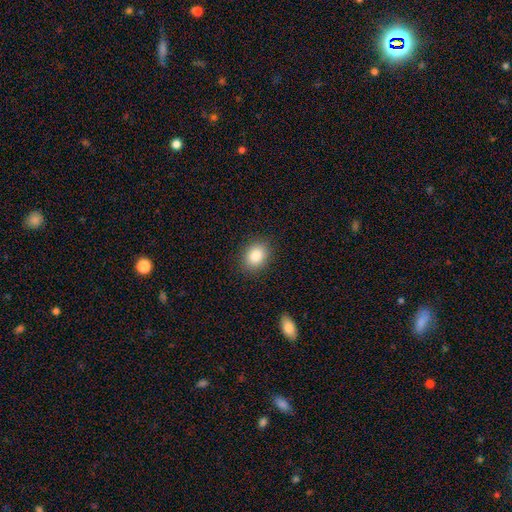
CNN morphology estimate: This is clearly a smooth galaxy (86%). How rounded: possibly in between (57%). Merging: clearly none (87%).